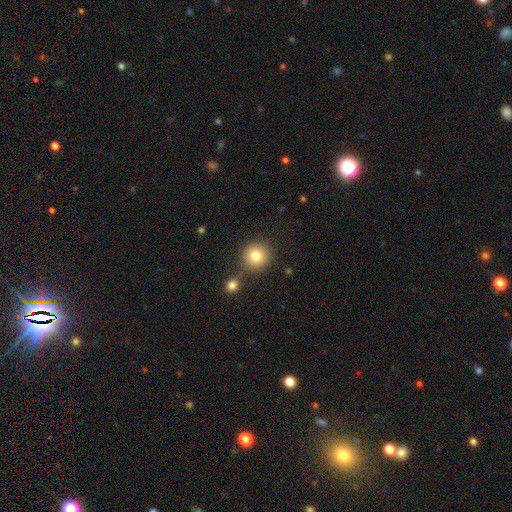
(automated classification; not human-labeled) Q: Smooth or featured?
A: smooth (82%); runner-up: star or artifact (11%)
Q: How rounded?
A: round (94%); runner-up: in between (5%)
Q: Merging?
A: none (81%); runner-up: minor disturbance (8%)